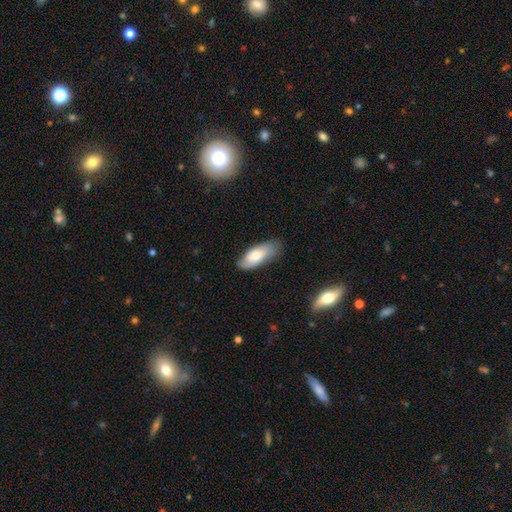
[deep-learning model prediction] This appears to be a smooth galaxy with no disk features (71%) that is in between round and cigar-shaped (81%). Merging: none (71%).